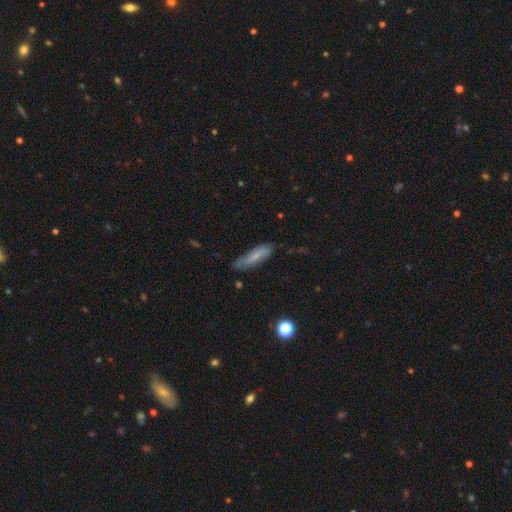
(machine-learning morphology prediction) Q: Smooth or featured?
A: smooth (56%); runner-up: featured or disk (36%)
Q: How rounded?
A: cigar-shaped (62%); runner-up: in between (36%)
Q: Merging?
A: none (73%); runner-up: minor disturbance (21%)